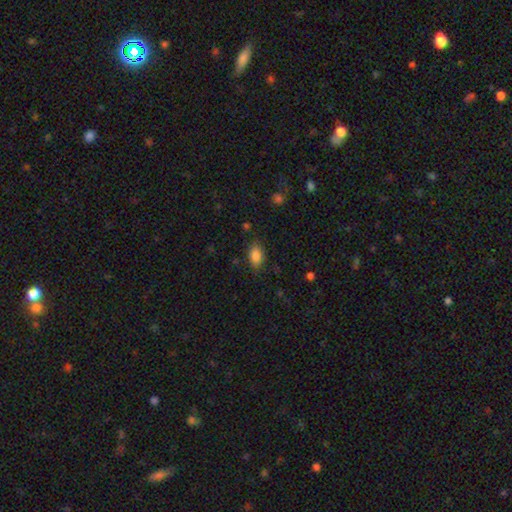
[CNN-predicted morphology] Overall: smooth (86%). How rounded: in between (89%). Merging: none (82%).